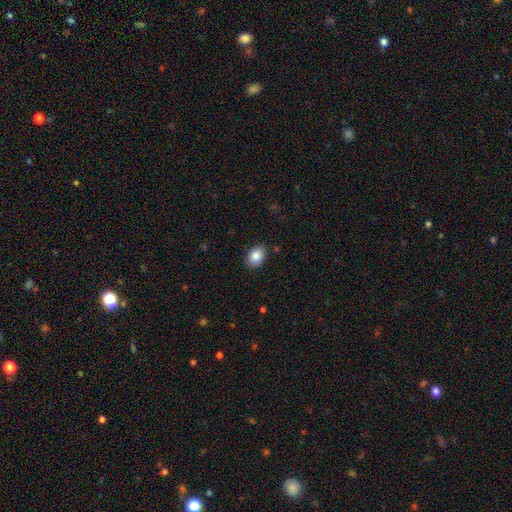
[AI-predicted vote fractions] Smooth or featured? Predicted: smooth (p=0.86). How rounded? Predicted: in between (p=0.75). Merging? Predicted: none (p=0.87).